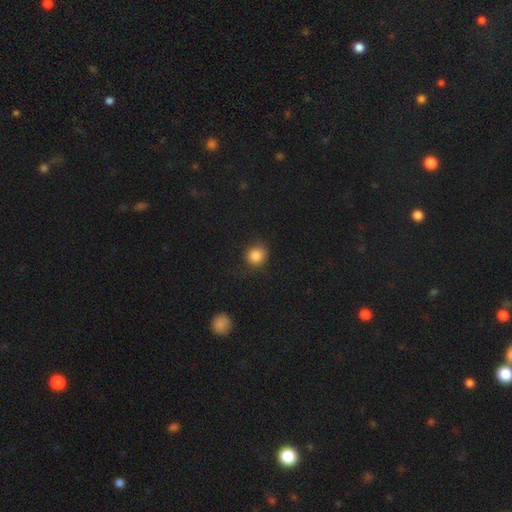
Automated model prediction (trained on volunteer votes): A smooth galaxy with no disk features (85%) that is round (84%). Merging: none (78%).